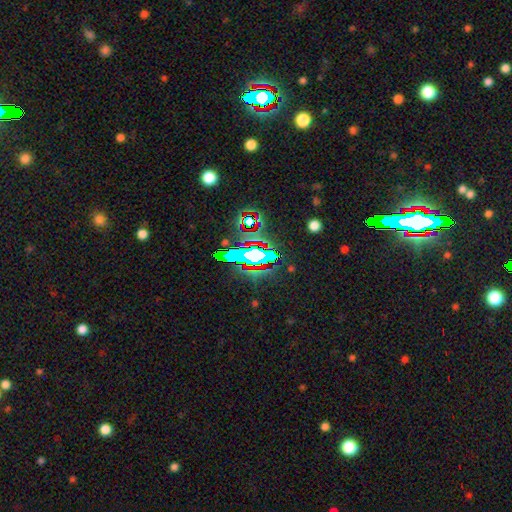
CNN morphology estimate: Smooth or featured? Predicted: star or artifact (p=0.78).